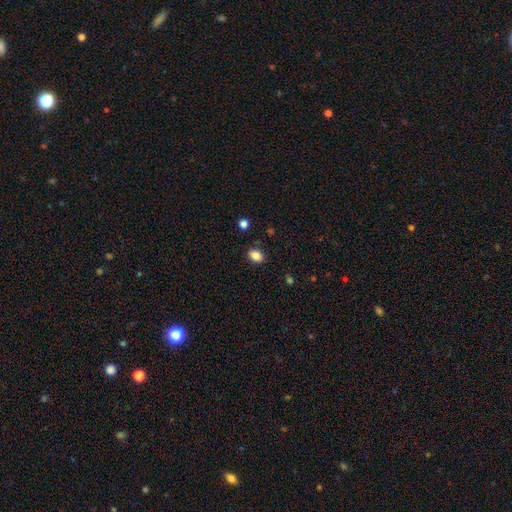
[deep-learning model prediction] Q: Smooth or featured?
A: smooth (86%); runner-up: star or artifact (10%)
Q: How rounded?
A: in between (68%); runner-up: round (31%)
Q: Merging?
A: none (87%); runner-up: minor disturbance (9%)